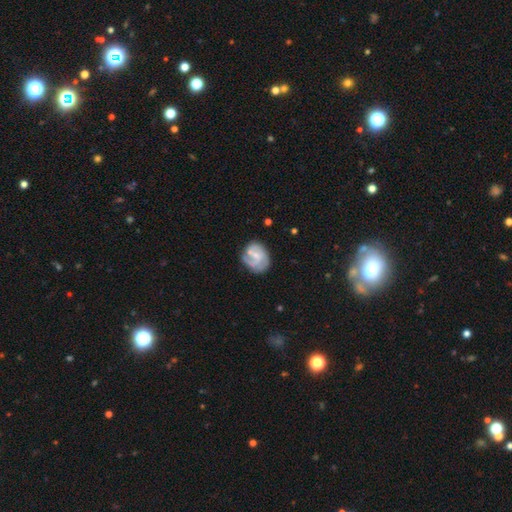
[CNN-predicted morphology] A featured or disk galaxy (62%) with no bar (52%), spiral arms (73%) and a small central bulge (54%).

Vote fractions:
- Smooth or featured? featured or disk: 62% / smooth: 32% / star or artifact: 7%
- Edge-on disk? no: 98% / yes: 2%
- Bar? no: 52% / weak: 40% / strong: 7%
- Spiral arms? yes: 73% / no: 27%
- Bulge size? small: 54% / moderate: 26% / none: 17% / large: 2% / dominant: 1%
- Merging? none: 53% / minor disturbance: 26% / major disturbance: 15% / merger: 7%